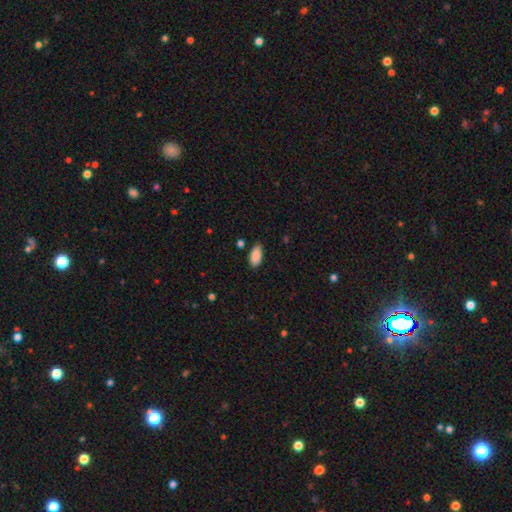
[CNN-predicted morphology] The model was most divided on "merging": none: 80%, minor disturbance: 15%, major disturbance: 3%, merger: 2%. More confident: how rounded — in between (92%); smooth or featured — smooth (89%).